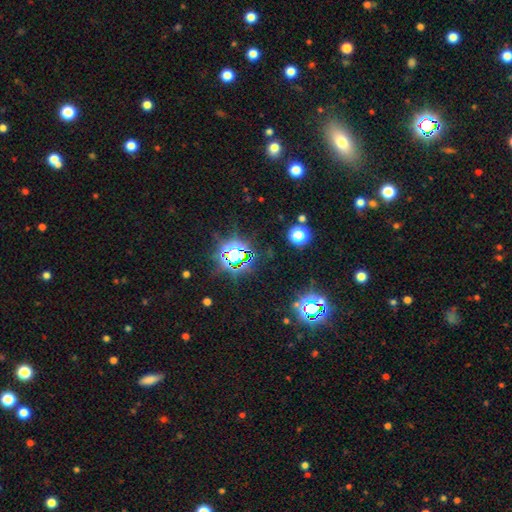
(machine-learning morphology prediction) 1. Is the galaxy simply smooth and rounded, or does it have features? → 79% star or artifact, 13% smooth, 8% featured or disk.